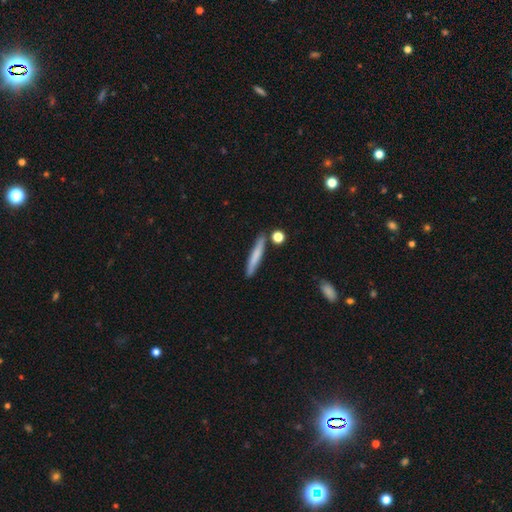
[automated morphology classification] smooth 70%, featured or disk 24%, star or artifact 6%. Down the decision tree: how rounded — cigar-shaped (94%); merging — none (83%).